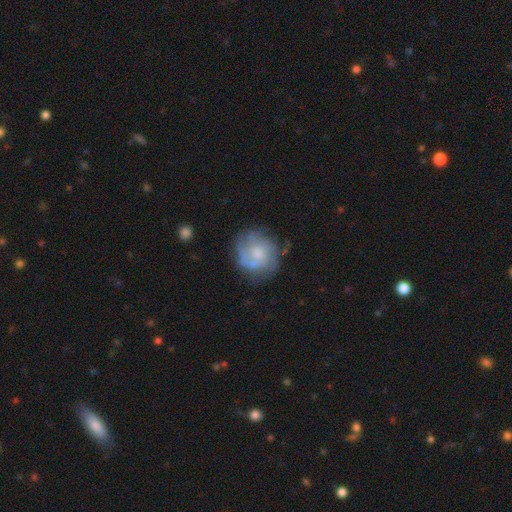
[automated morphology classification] smooth-or-featured: featured or disk: 54% | smooth: 38% | star or artifact: 8%
  disk-edge-on: no: 98% | yes: 2%
    bar: no: 81% | weak: 17% | strong: 2%
    has-spiral-arms: yes: 62% | no: 38%
    bulge-size: moderate: 41% | small: 31% | none: 17% | large: 10% | dominant: 2%
  merging: none: 62% | minor disturbance: 21% | major disturbance: 11% | merger: 5%